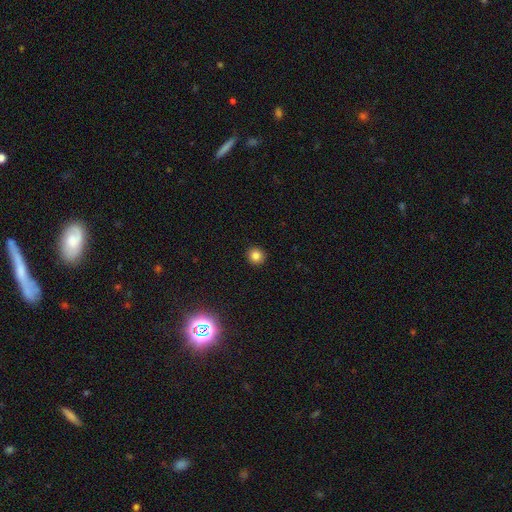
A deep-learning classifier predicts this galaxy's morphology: This appears to be a smooth galaxy with no disk features (83%) that is round (93%). Merging: none (93%).